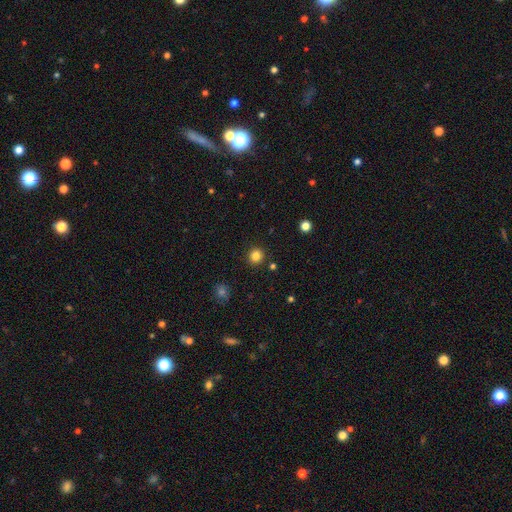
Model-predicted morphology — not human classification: Smooth or featured? Predicted: smooth (p=0.83). How rounded? Predicted: round (p=0.90). Merging? Predicted: none (p=0.90).